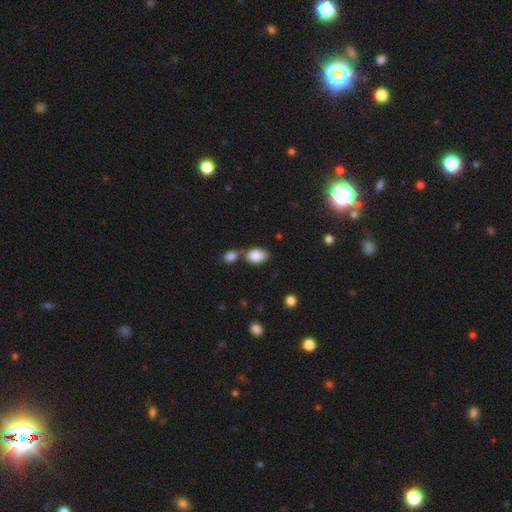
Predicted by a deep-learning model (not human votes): Smooth or featured: smooth — 87% (star or artifact — 7%)
How rounded: in between — 90% (round — 9%)
Merging: none — 55% (merger — 27%)